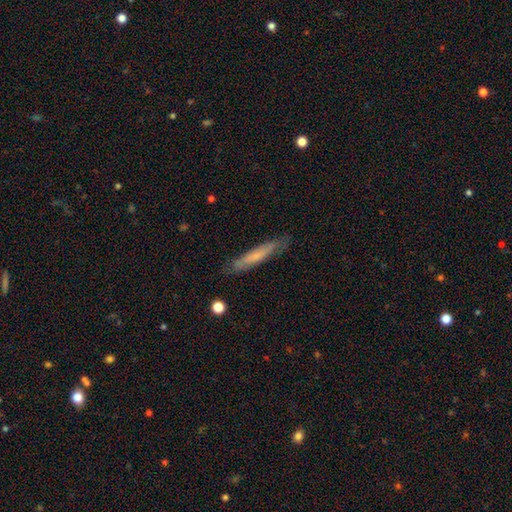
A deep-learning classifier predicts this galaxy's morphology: The model was most divided on "smooth or featured": smooth: 56%, featured or disk: 37%, star or artifact: 6%. More confident: how rounded — cigar-shaped (92%); merging — none (82%).